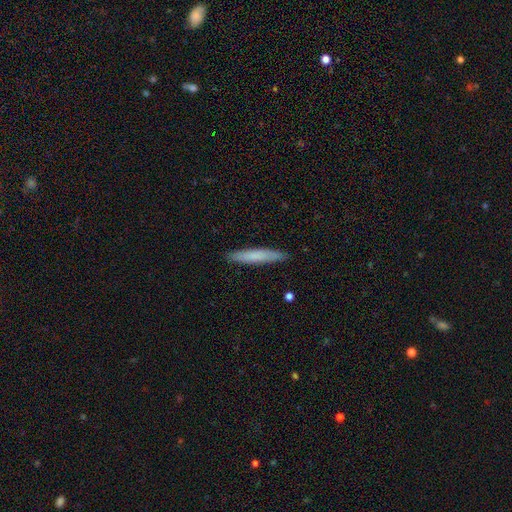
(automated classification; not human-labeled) Smooth or featured: smooth — 73% (featured or disk — 21%)
How rounded: cigar-shaped — 94% (in between — 5%)
Merging: none — 91% (minor disturbance — 7%)